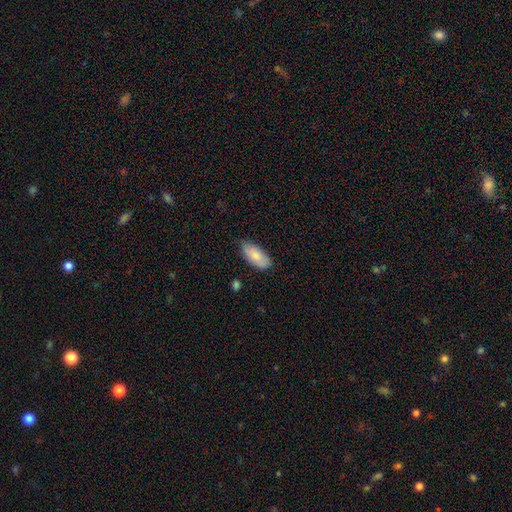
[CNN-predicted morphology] smooth_or_featured: smooth (p=0.81) [alt: featured or disk p=0.13]
how_rounded: in between (p=0.91) [alt: cigar-shaped p=0.07]
merging: none (p=0.74) [alt: minor disturbance p=0.22]